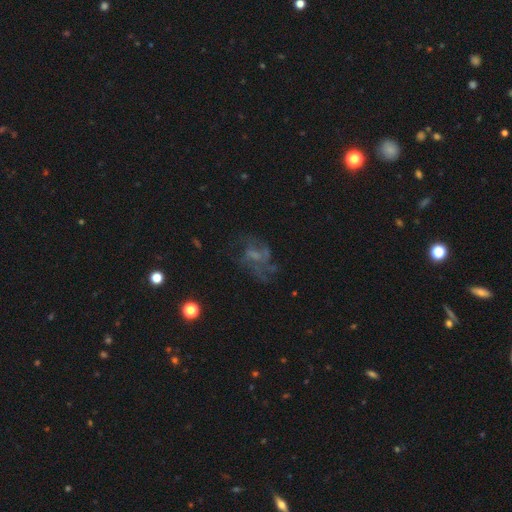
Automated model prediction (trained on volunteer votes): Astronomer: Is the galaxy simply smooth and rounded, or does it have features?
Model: featured or disk — 57%.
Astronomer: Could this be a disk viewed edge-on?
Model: no — 97%.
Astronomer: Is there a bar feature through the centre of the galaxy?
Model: no — 67%.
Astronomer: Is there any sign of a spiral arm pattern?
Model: yes — 51% (runner-up: no, 49%).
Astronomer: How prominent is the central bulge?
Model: none — 47% (runner-up: small, 28%).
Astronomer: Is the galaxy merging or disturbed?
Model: none — 46% (runner-up: major disturbance, 33%).